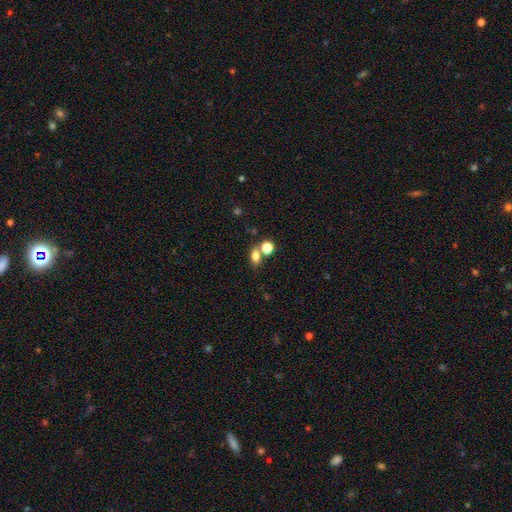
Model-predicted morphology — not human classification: Smooth or featured? smooth (77%)
How rounded? in between (71%)
Merging? none (52%)